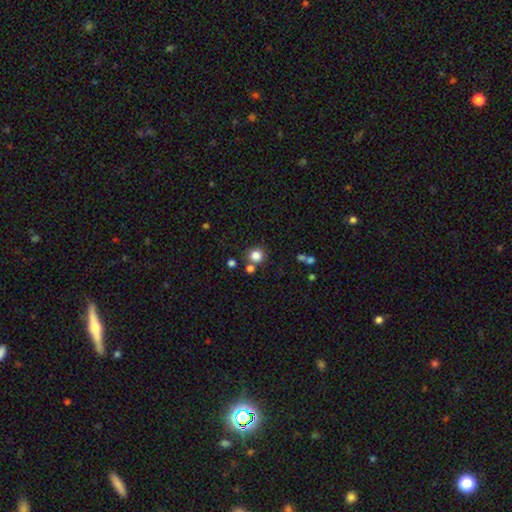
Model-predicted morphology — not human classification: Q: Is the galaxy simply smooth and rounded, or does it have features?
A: smooth — 82%.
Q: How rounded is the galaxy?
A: round — 90%.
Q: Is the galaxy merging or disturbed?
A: none — 74%.